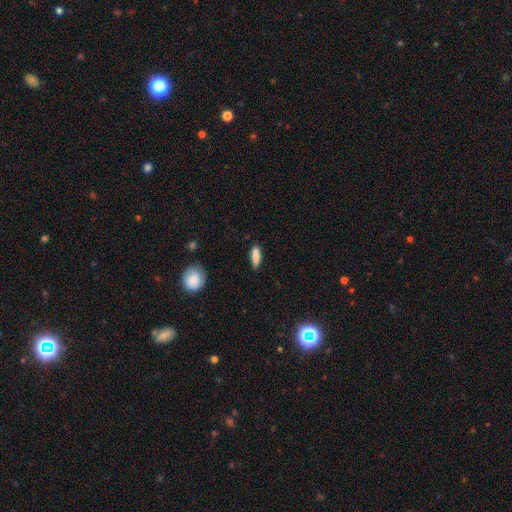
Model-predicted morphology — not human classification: type=smooth (86%); roundness=cigar-shaped (49%, tied with in between); merging=none (82%).